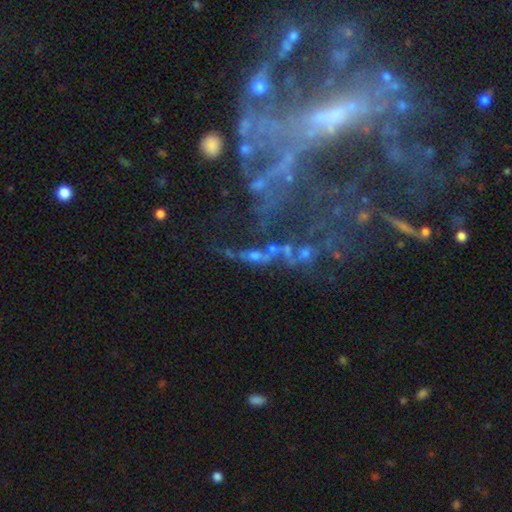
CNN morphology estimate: This is possibly a featured or disk galaxy (48%). Merging: marginally none (34%).